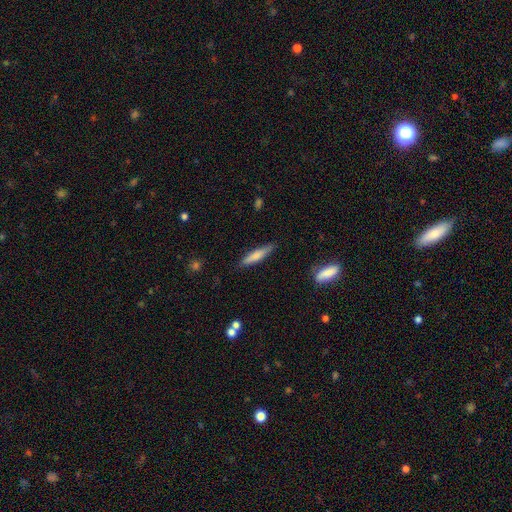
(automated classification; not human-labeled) Morphology: type=smooth (70%); roundness=cigar-shaped (84%); merging=none (84%).